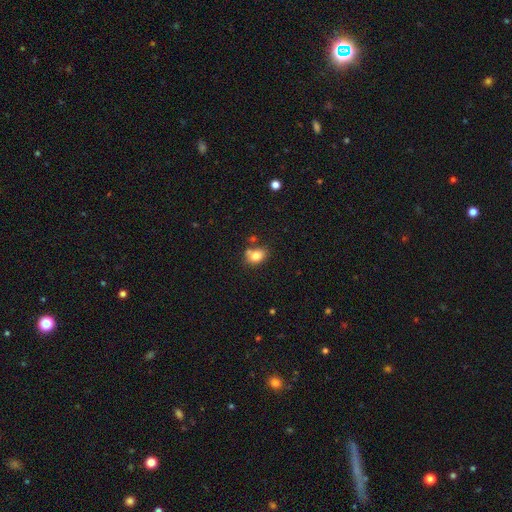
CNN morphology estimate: smooth-or-featured: smooth: 79% | featured or disk: 11% | star or artifact: 10%
  how-rounded: in between: 64% | round: 35% | cigar-shaped: 1%
  merging: none: 62% | merger: 18% | minor disturbance: 16% | major disturbance: 4%